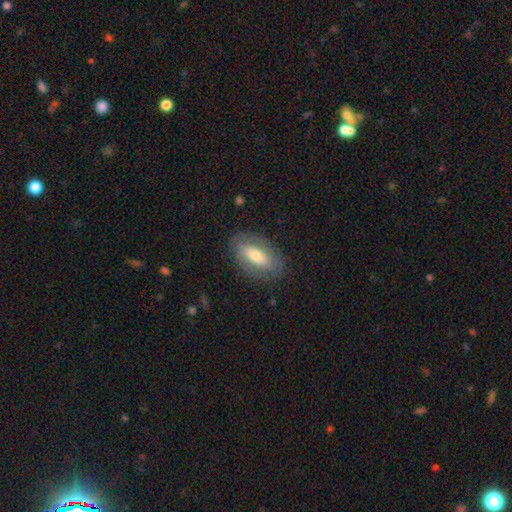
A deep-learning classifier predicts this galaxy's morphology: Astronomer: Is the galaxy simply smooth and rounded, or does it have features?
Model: smooth — 49% (runner-up: featured or disk, 45%).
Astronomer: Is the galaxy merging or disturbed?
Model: none — 81%.